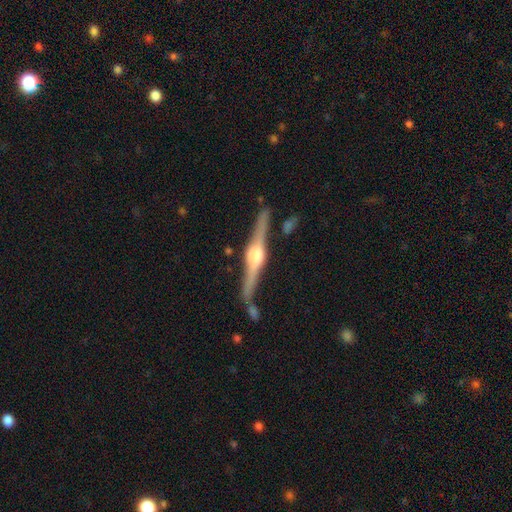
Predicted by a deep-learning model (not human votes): This is clearly a featured or disk galaxy (87%). It is clearly viewed edge-on (98%). Edge-on bulge: clearly rounded (91%). Merging: clearly none (83%).